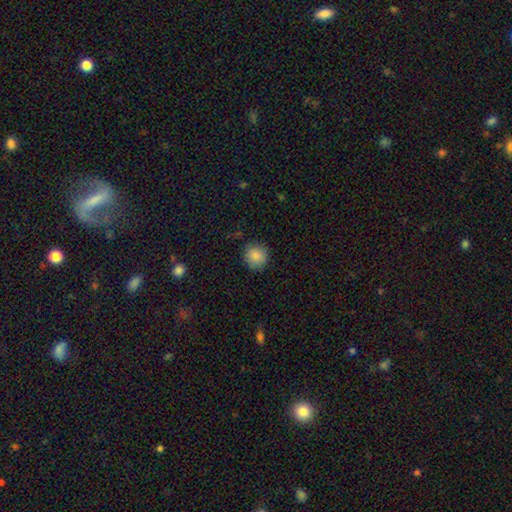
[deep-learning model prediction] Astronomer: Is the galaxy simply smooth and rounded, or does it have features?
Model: smooth — 87%.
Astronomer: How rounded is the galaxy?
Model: round — 90%.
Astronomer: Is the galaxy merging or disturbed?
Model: none — 85%.